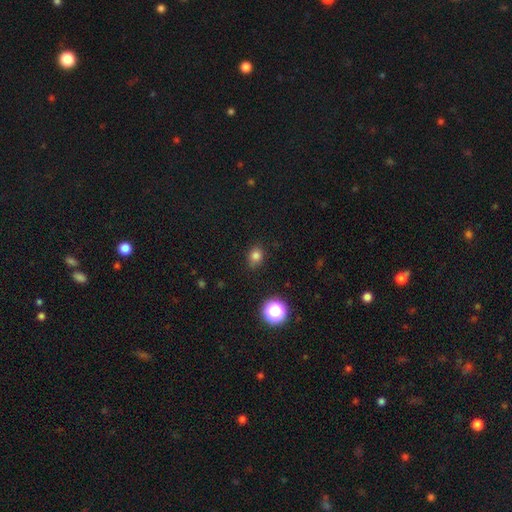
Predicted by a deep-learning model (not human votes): A smooth galaxy with no disk features (79%) that is round (60%). Merging: none (80%).